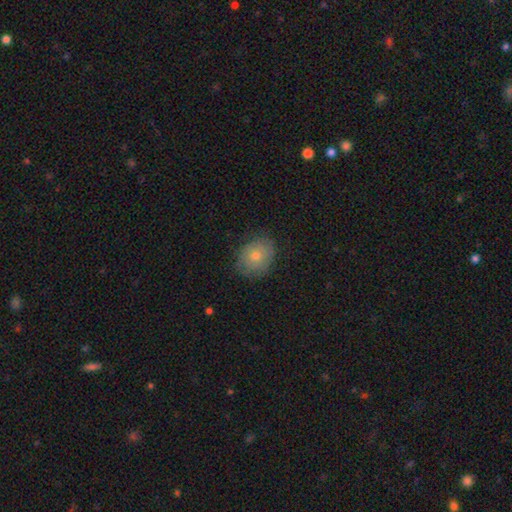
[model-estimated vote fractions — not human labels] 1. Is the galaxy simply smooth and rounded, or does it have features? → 61% smooth, 30% featured or disk, 10% star or artifact.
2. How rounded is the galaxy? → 55% round, 44% in between, 1% cigar-shaped.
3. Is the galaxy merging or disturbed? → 78% none, 17% minor disturbance, 4% major disturbance, 1% merger.